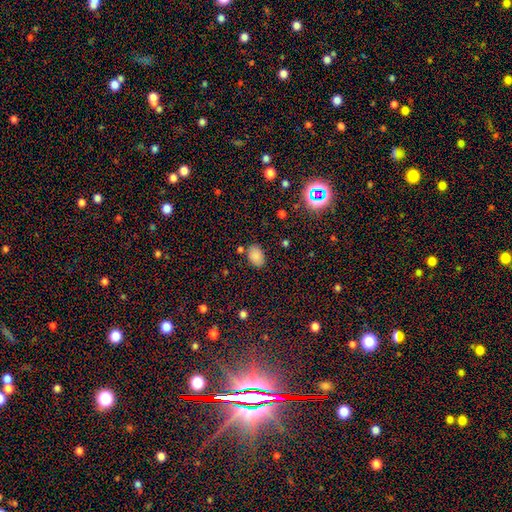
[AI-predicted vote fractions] This appears to be a smooth galaxy with no disk features (83%) that is in between round and cigar-shaped (87%). Merging: none (80%).